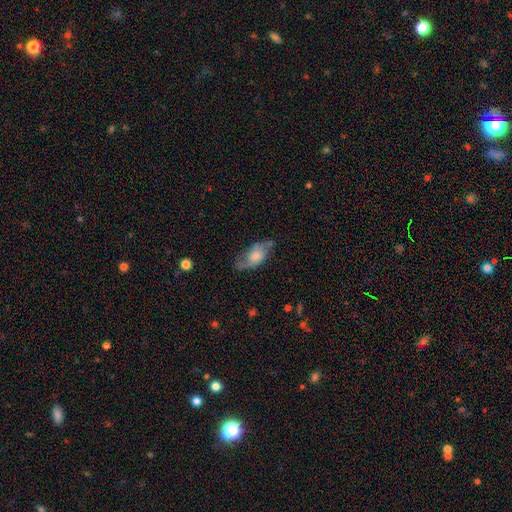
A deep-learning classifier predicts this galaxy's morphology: Q: Smooth or featured?
A: smooth (52%); runner-up: featured or disk (41%)
Q: How rounded?
A: in between (88%); runner-up: cigar-shaped (8%)
Q: Merging?
A: none (55%); runner-up: minor disturbance (29%)